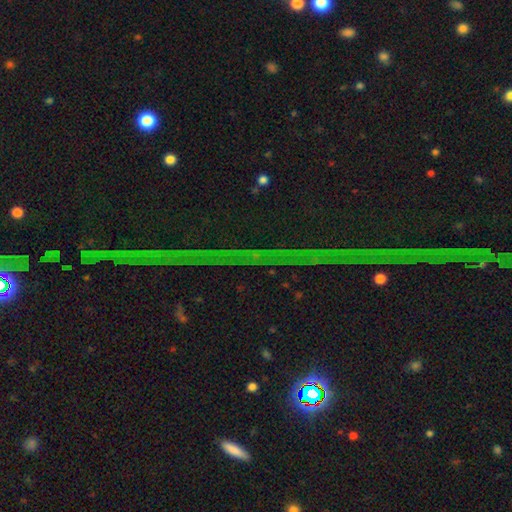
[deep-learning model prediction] star or artifact 84%, featured or disk 9%, smooth 7%.